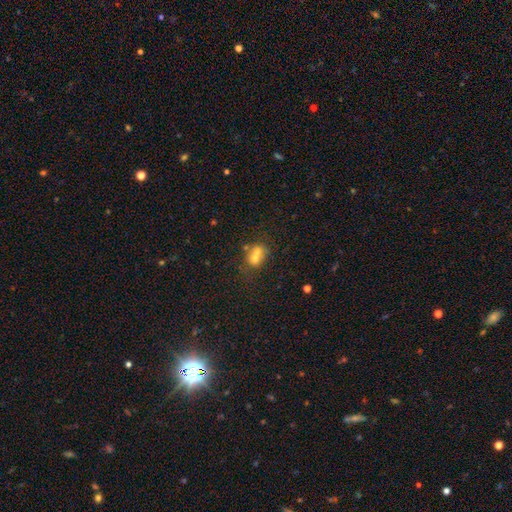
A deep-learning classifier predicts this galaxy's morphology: The model was most divided on "how rounded": in between: 50%, round: 48%, cigar-shaped: 2%. More confident: smooth or featured — smooth (62%); merging — merger (56%).